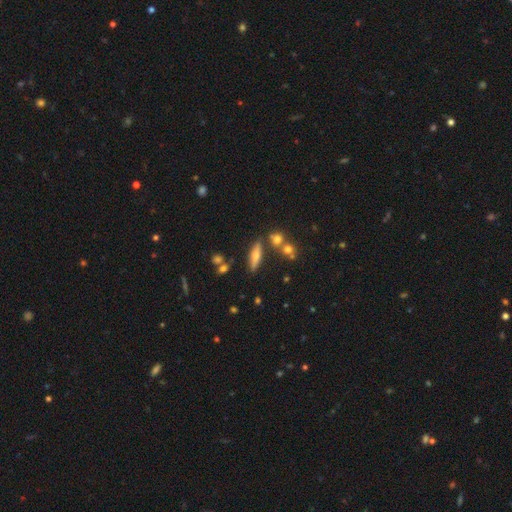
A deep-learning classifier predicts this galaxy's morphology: smooth-or-featured: smooth: 54% | featured or disk: 36% | star or artifact: 10%
  how-rounded: cigar-shaped: 58% | in between: 38% | round: 4%
  merging: none: 75% | minor disturbance: 12% | merger: 10% | major disturbance: 4%